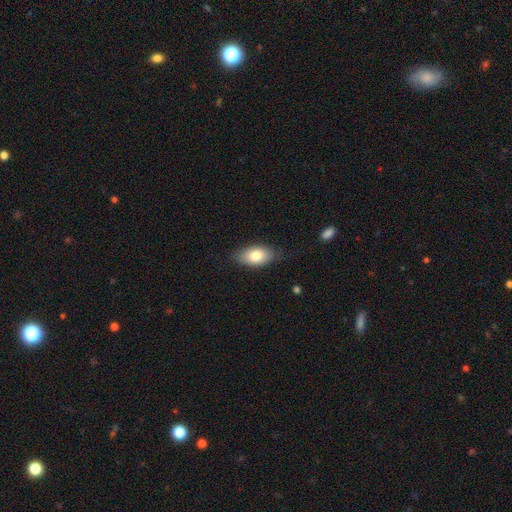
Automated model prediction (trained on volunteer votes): Smooth or featured? Predicted: smooth (p=0.79). How rounded? Predicted: in between (p=0.92). Merging? Predicted: none (p=0.80).